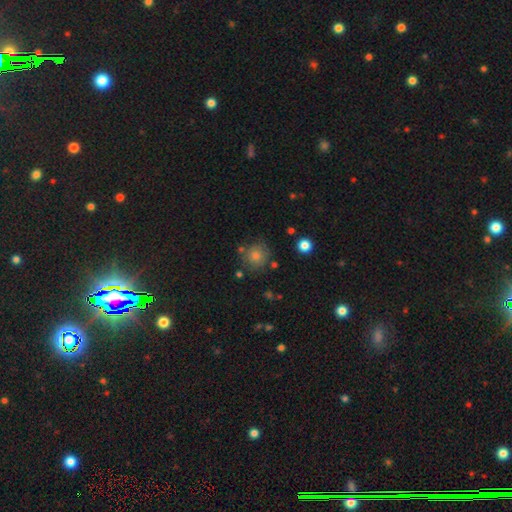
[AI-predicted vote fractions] The model was most divided on "smooth or featured": smooth: 71%, star or artifact: 17%, featured or disk: 11%. More confident: how rounded — round (91%); merging — none (79%).